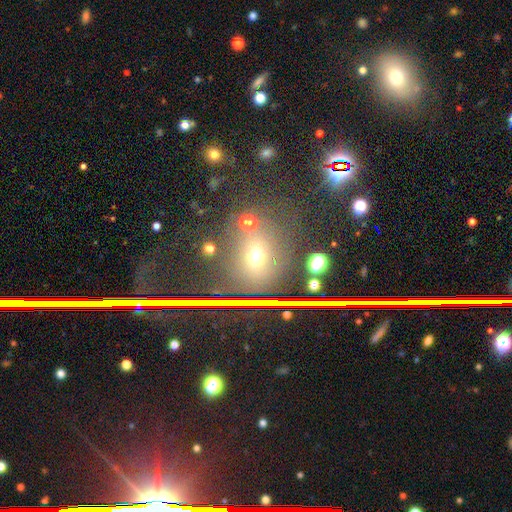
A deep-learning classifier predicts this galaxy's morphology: A smooth galaxy with no disk features (53%) that is round (56%).

Vote fractions:
- Smooth or featured? smooth: 53% / star or artifact: 34% / featured or disk: 13%
- How rounded? round: 56% / in between: 40% / cigar-shaped: 3%
- Merging? none: 72% / minor disturbance: 13% / merger: 8% / major disturbance: 7%